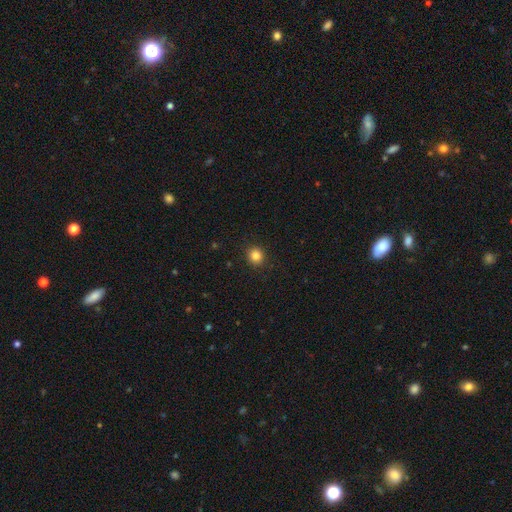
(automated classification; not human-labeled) A smooth galaxy with no disk features (84%) that is round (90%).

Vote fractions:
- Smooth or featured? smooth: 84% / star or artifact: 12% / featured or disk: 5%
- How rounded? round: 90% / in between: 9% / cigar-shaped: 1%
- Merging? none: 92% / minor disturbance: 5% / major disturbance: 2% / merger: 1%